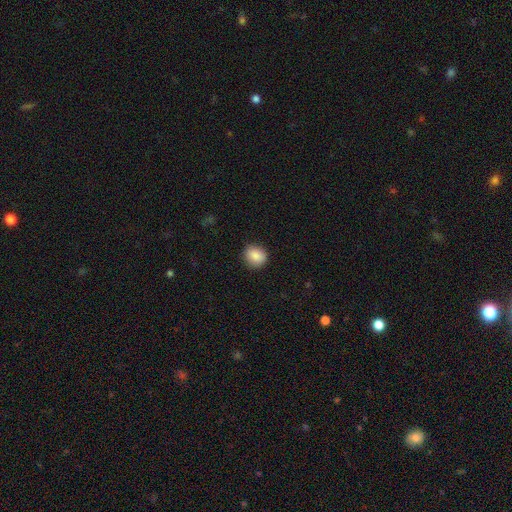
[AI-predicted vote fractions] smooth 86%, star or artifact 8%, featured or disk 5%. Down the decision tree: how rounded — round (78%); merging — none (88%).